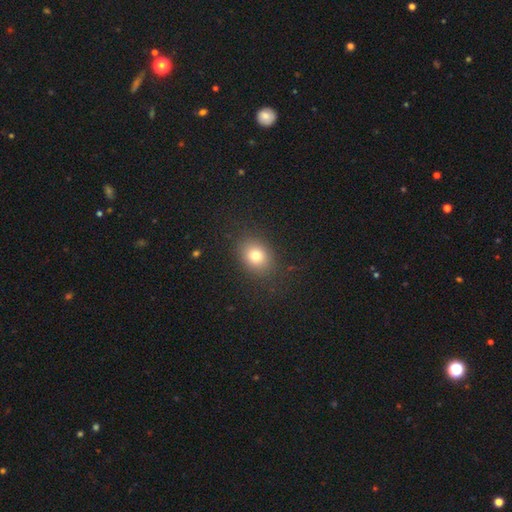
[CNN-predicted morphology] smooth_or_featured: smooth (p=0.78) [alt: star or artifact p=0.12]
how_rounded: in between (p=0.50) [alt: round p=0.49]
merging: none (p=0.84) [alt: minor disturbance p=0.10]